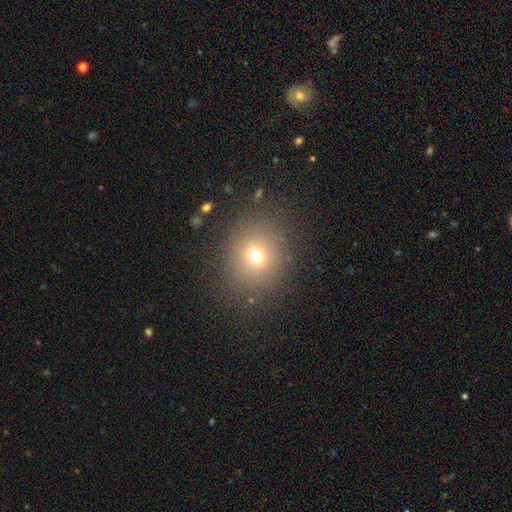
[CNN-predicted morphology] smooth-or-featured: smooth: 68% | star or artifact: 20% | featured or disk: 13%
  how-rounded: round: 79% | in between: 20% | cigar-shaped: 1%
  merging: none: 85% | minor disturbance: 9% | major disturbance: 5% | merger: 2%